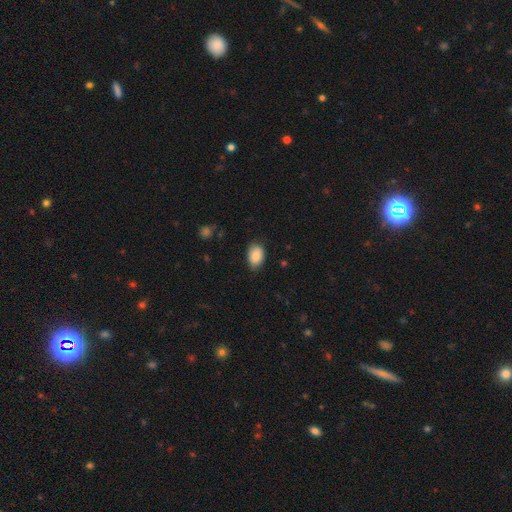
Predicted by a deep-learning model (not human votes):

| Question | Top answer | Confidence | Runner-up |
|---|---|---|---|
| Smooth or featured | smooth | 87% | star or artifact (7%) |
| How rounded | in between | 85% | round (14%) |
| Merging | none | 75% | minor disturbance (20%) |